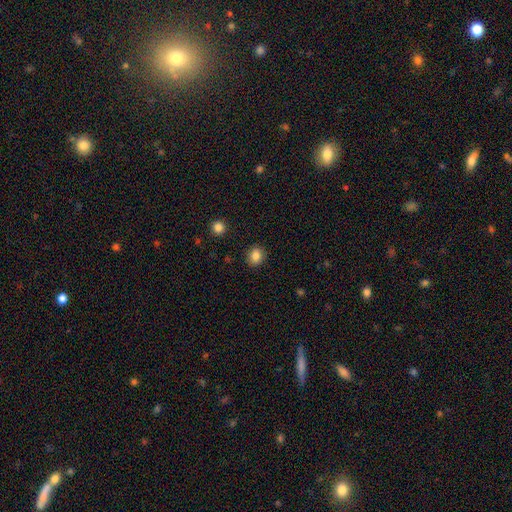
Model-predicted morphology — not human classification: Overall: smooth (85%). How rounded: round (61%; in between 38%). Merging: none (89%).